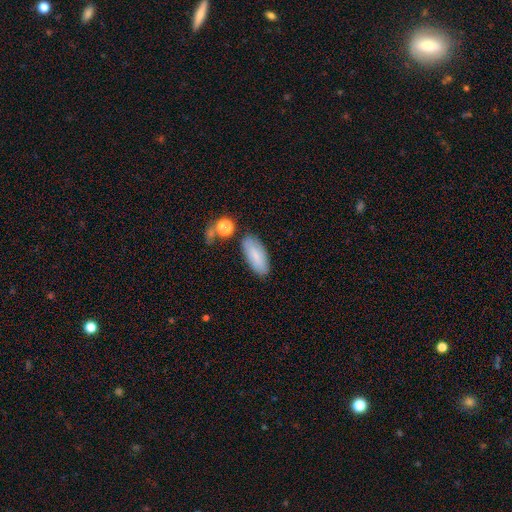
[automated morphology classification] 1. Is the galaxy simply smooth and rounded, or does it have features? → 78% smooth, 15% featured or disk, 7% star or artifact.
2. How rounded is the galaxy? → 82% in between, 15% cigar-shaped, 2% round.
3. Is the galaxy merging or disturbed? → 78% none, 14% minor disturbance, 4% merger, 4% major disturbance.